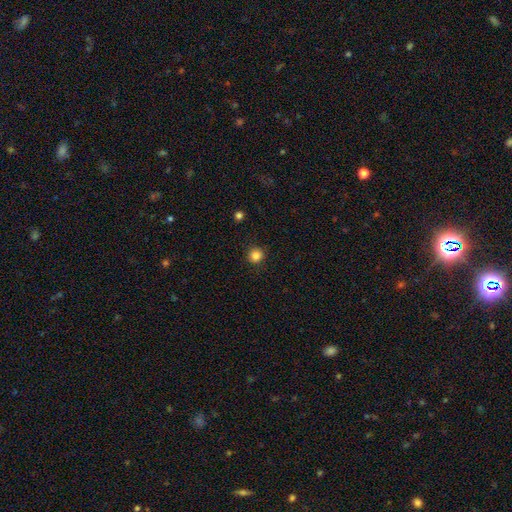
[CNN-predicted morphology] Overall: smooth (84%). How rounded: round (94%). Merging: none (91%).